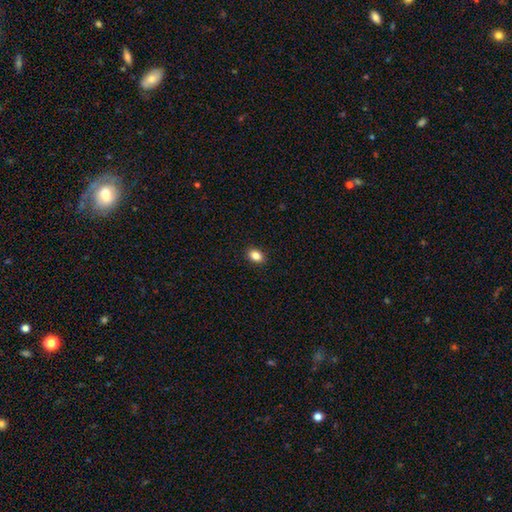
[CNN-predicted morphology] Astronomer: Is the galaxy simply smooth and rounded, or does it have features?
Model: smooth — 86%.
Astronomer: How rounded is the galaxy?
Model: in between — 80%.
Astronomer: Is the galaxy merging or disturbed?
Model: none — 91%.